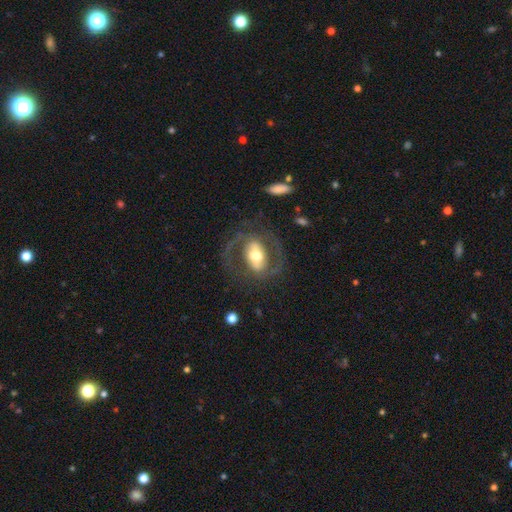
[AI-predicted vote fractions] Smooth or featured? featured or disk (77%)
Edge-on disk? no (95%)
Bar? strong (46%)
Spiral arms? yes (79%)
Spiral winding? medium (52%)
Spiral arm count? 2 (86%)
Bulge size? moderate (62%)
Merging? none (69%)